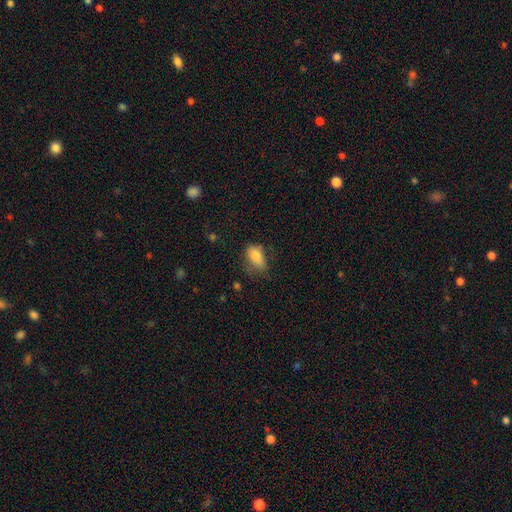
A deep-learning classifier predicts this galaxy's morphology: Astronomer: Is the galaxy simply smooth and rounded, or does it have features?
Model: smooth — 82%.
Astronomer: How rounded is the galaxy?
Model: in between — 88%.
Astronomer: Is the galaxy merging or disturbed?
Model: none — 49% (runner-up: minor disturbance, 32%).